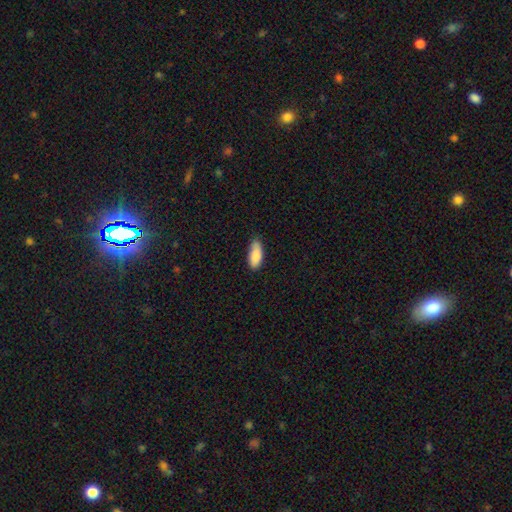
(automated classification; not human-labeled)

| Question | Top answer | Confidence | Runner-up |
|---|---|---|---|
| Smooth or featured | smooth | 86% | featured or disk (8%) |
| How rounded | in between | 80% | cigar-shaped (18%) |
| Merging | none | 71% | minor disturbance (24%) |